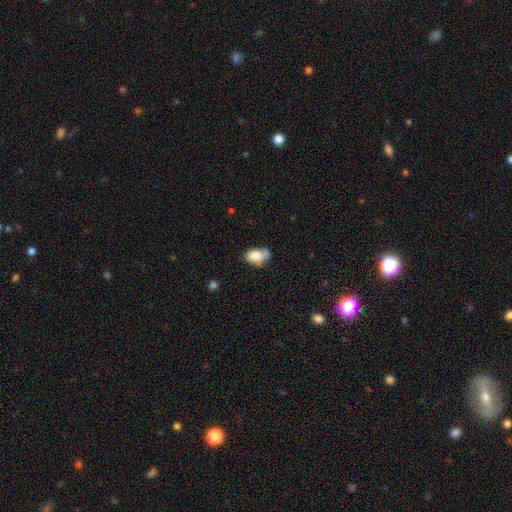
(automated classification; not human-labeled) Smooth or featured? Predicted: smooth (p=0.79). How rounded? Predicted: in between (p=0.87). Merging? Predicted: none (p=0.41).